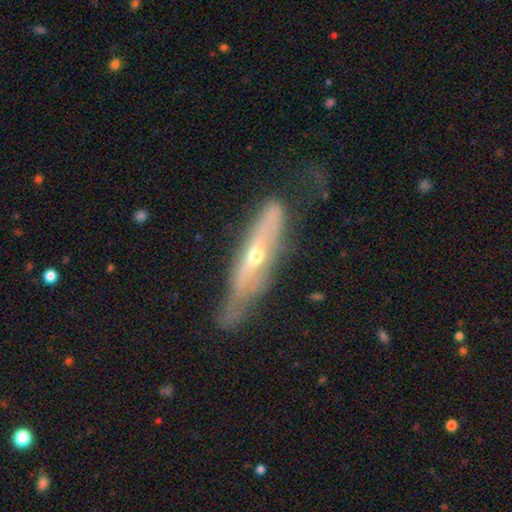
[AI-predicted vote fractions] A featured or disk galaxy (68%) viewed edge-on (66%).

Vote fractions:
- Smooth or featured? featured or disk: 68% / smooth: 25% / star or artifact: 7%
- Edge-on disk? yes: 66% / no: 34%
- Merging? none: 52% / minor disturbance: 30% / major disturbance: 15% / merger: 2%